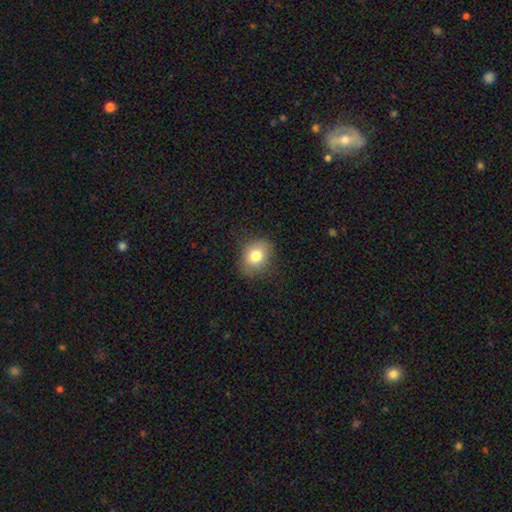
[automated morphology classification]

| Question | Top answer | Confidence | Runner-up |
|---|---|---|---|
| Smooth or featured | smooth | 79% | featured or disk (11%) |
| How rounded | round | 58% | in between (41%) |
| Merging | none | 78% | minor disturbance (16%) |